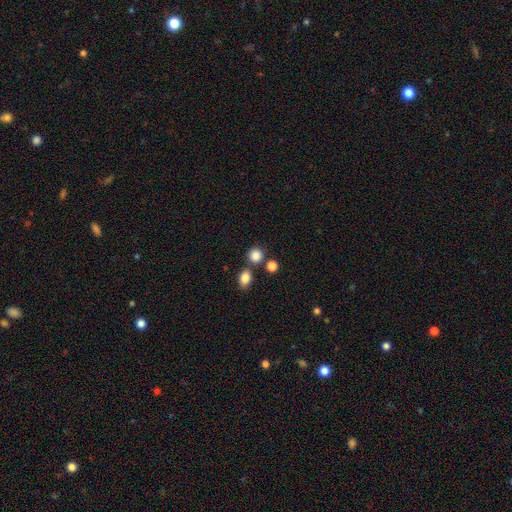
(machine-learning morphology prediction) A smooth galaxy with no disk features (84%) that is round (84%).

Vote fractions:
- Smooth or featured? smooth: 84% / star or artifact: 11% / featured or disk: 5%
- How rounded? round: 84% / in between: 15% / cigar-shaped: 1%
- Merging? none: 72% / merger: 16% / minor disturbance: 9% / major disturbance: 3%